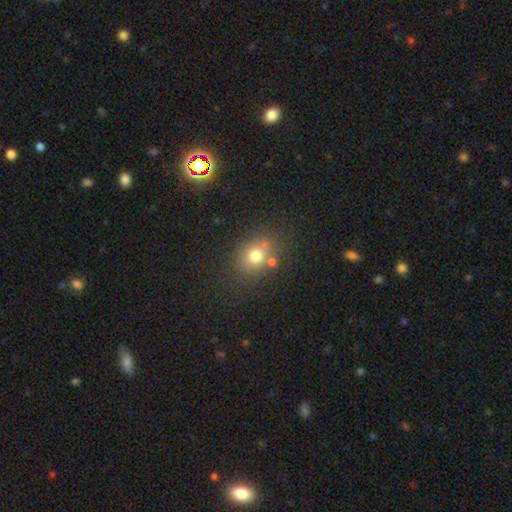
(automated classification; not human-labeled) Q: Smooth or featured?
A: smooth (73%); runner-up: star or artifact (15%)
Q: How rounded?
A: round (57%); runner-up: in between (42%)
Q: Merging?
A: none (67%); runner-up: minor disturbance (14%)